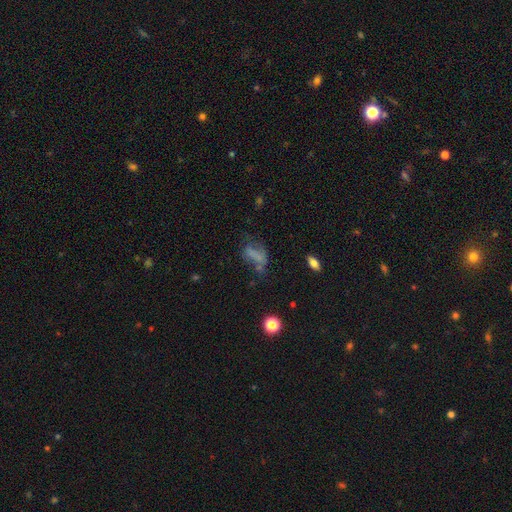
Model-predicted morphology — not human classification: A smooth galaxy with no disk features (51%) that is in between round and cigar-shaped (73%). Merging: none (35%).